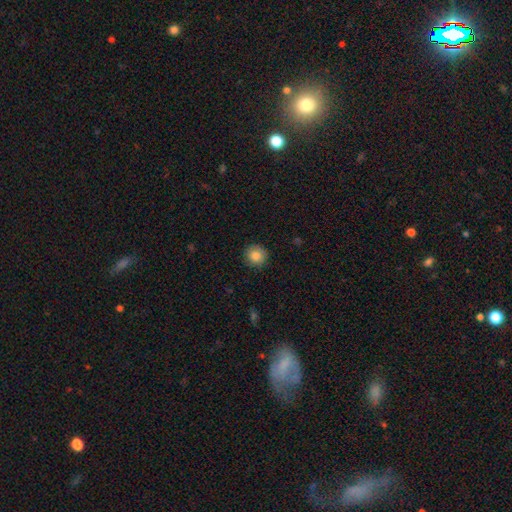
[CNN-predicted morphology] The model was most divided on "smooth or featured": smooth: 85%, star or artifact: 9%, featured or disk: 6%. More confident: how rounded — round (93%); merging — none (90%).